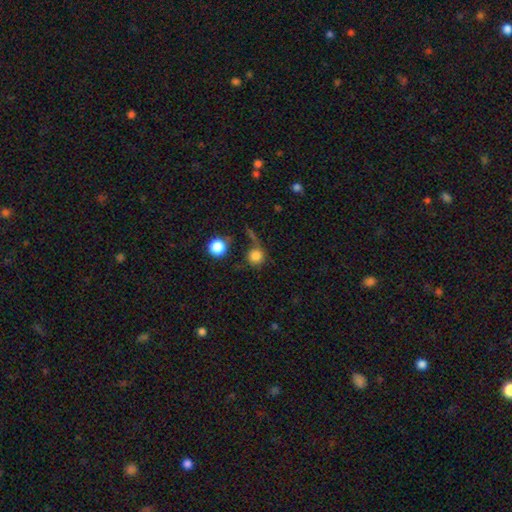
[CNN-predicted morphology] Smooth or featured?
  - smooth: 81% *
  - star or artifact: 12%
  - featured or disk: 7%
How rounded?
  - round: 92% *
  - in between: 7%
  - cigar-shaped: 1%
Merging?
  - none: 62% *
  - merger: 15%
  - minor disturbance: 14%
  - major disturbance: 9%